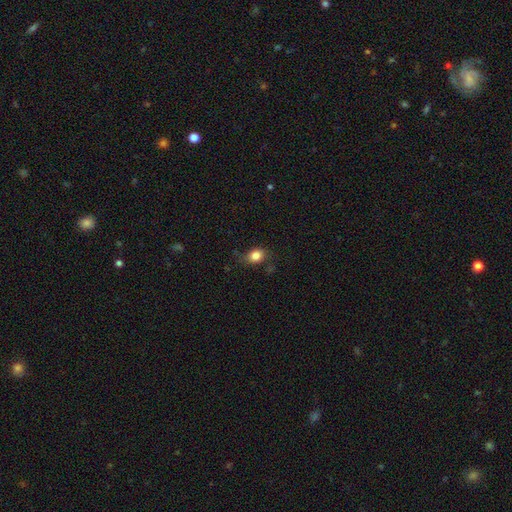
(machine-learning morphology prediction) This is clearly a smooth galaxy (83%). How rounded: possibly in between (54%). Merging: likely none (69%).